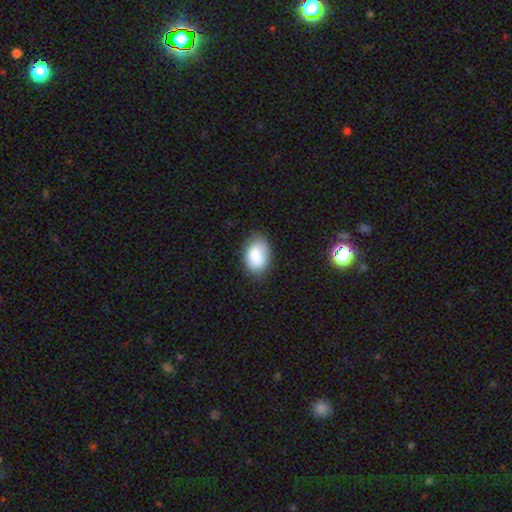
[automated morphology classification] smooth-or-featured: smooth: 84% | featured or disk: 9% | star or artifact: 7%
  how-rounded: in between: 88% | round: 11% | cigar-shaped: 1%
  merging: none: 76% | minor disturbance: 18% | major disturbance: 4% | merger: 2%